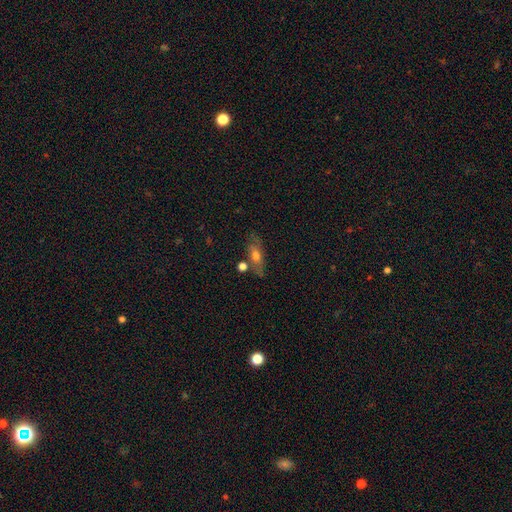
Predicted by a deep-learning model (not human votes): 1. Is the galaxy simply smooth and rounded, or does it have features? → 50% smooth, 41% featured or disk, 9% star or artifact.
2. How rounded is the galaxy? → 61% in between, 32% cigar-shaped, 7% round.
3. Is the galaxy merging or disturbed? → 69% none, 17% minor disturbance, 9% merger, 5% major disturbance.